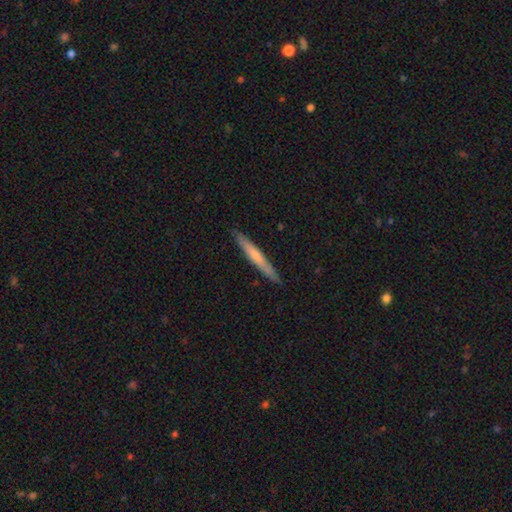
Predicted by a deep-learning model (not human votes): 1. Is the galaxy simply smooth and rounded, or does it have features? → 56% smooth, 39% featured or disk, 5% star or artifact.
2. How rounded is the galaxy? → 96% cigar-shaped, 3% in between, 1% round.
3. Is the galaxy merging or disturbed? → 90% none, 7% minor disturbance, 1% major disturbance, 1% merger.